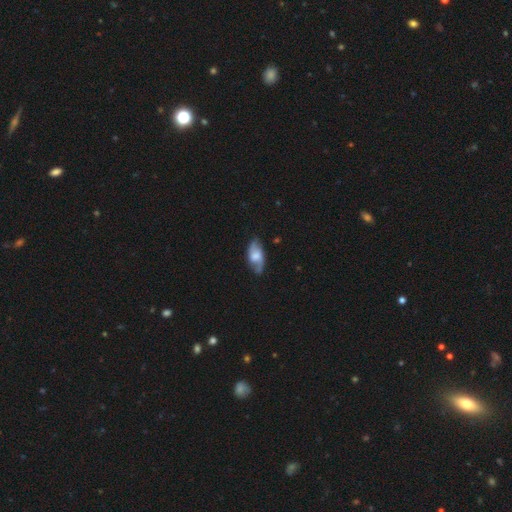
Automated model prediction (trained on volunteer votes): smooth-or-featured: featured or disk: 58% | smooth: 35% | star or artifact: 7%
  disk-edge-on: no: 89% | yes: 11%
    bar: no: 47% | weak: 42% | strong: 11%
    has-spiral-arms: yes: 86% | no: 14%
    bulge-size: moderate: 36% | large: 27% | small: 19% | none: 15% | dominant: 3%
  merging: none: 75% | minor disturbance: 19% | major disturbance: 5% | merger: 2%